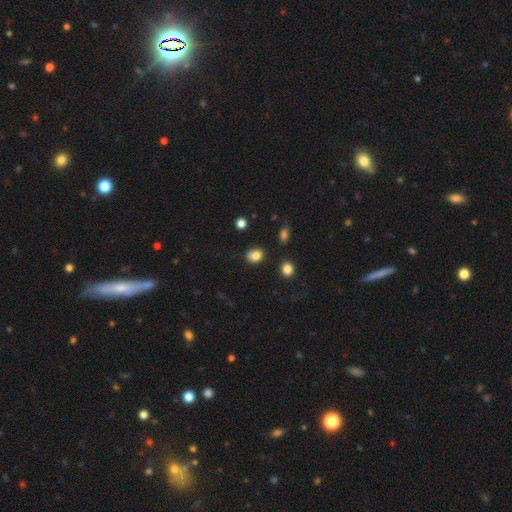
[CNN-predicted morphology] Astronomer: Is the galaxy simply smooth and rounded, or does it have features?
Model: smooth — 83%.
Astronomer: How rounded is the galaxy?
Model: round — 50% (runner-up: in between, 49%).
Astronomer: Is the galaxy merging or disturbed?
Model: none — 75%.